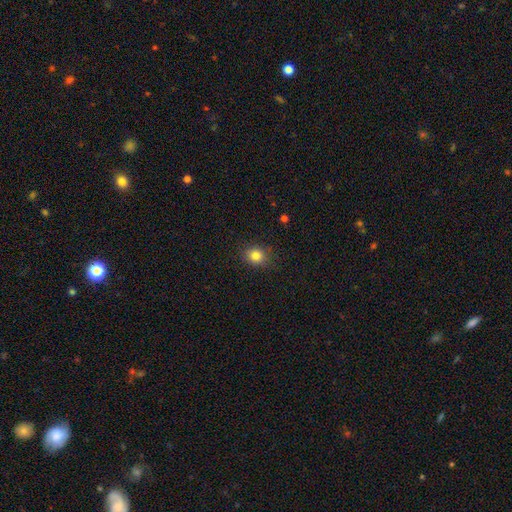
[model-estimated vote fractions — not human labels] This is clearly a smooth galaxy (82%). How rounded: likely round (68%). Merging: clearly none (87%).